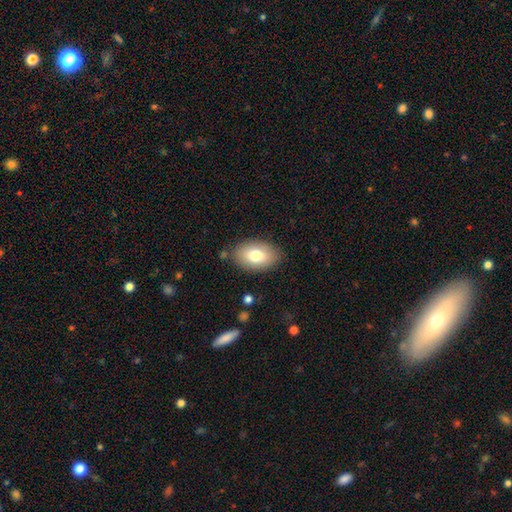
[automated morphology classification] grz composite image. It shows a smooth galaxy with no disk features (77%) that is in between round and cigar-shaped (90%). Merging: none (83%).